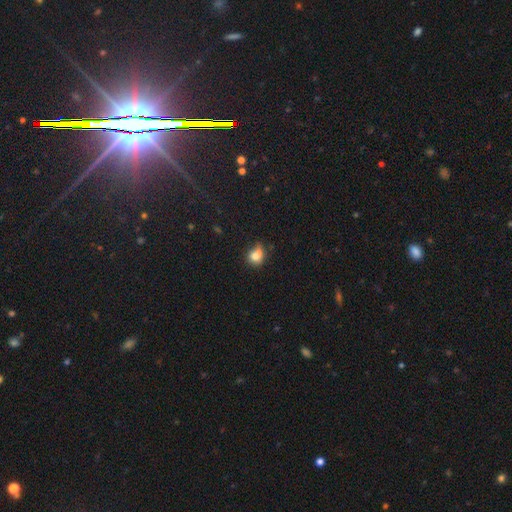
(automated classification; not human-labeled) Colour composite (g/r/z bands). It shows a smooth galaxy with no disk features (80%) that is round (67%). Merging: none (46%).